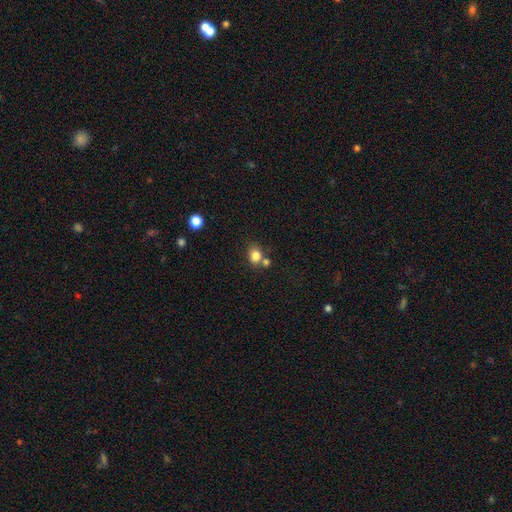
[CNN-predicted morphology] A smooth galaxy with no disk features (82%) that is round (51%).

Vote fractions:
- Smooth or featured? smooth: 82% / star or artifact: 11% / featured or disk: 7%
- How rounded? round: 51% / in between: 48% / cigar-shaped: 1%
- Merging? none: 57% / merger: 26% / minor disturbance: 13% / major disturbance: 4%